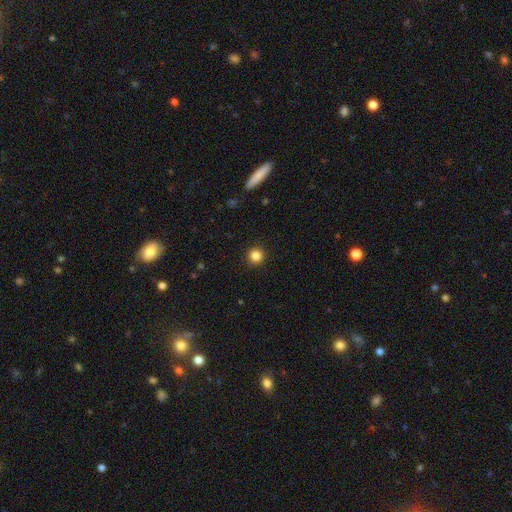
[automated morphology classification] The model was most divided on "smooth or featured": smooth: 85%, star or artifact: 11%, featured or disk: 4%. More confident: how rounded — round (95%); merging — none (92%).